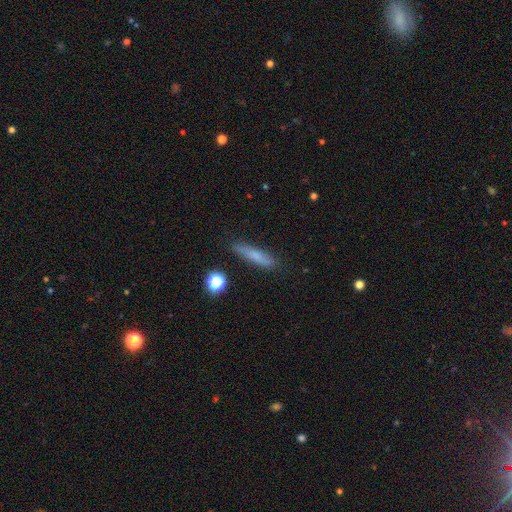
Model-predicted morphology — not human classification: smooth 67%, featured or disk 23%, star or artifact 9%. Down the decision tree: how rounded — cigar-shaped (83%); merging — none (82%).